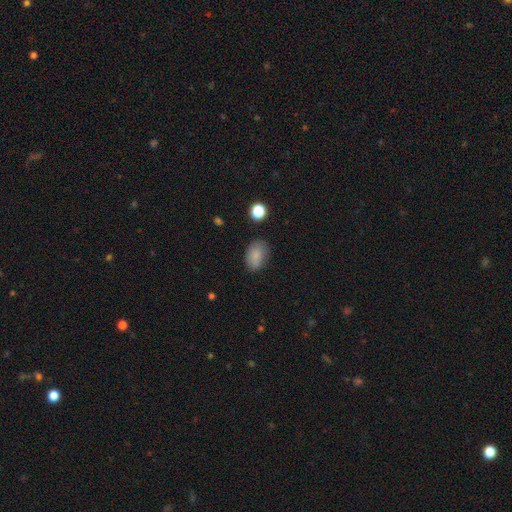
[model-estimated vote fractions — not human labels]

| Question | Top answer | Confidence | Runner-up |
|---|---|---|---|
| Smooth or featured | smooth | 84% | star or artifact (9%) |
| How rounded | in between | 86% | round (13%) |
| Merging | none | 76% | minor disturbance (17%) |